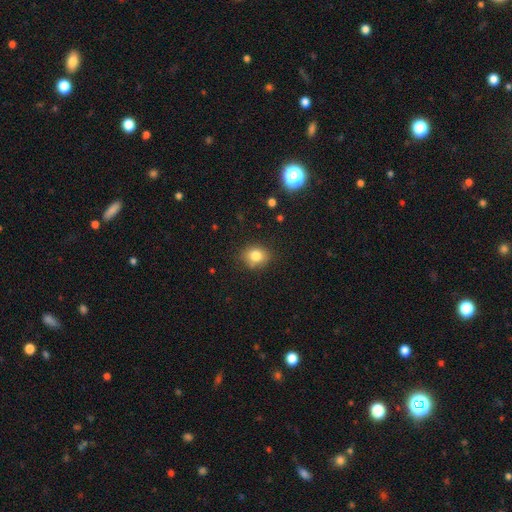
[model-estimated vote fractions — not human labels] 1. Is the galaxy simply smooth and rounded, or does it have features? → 81% smooth, 11% star or artifact, 8% featured or disk.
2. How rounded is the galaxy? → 63% round, 36% in between, 1% cigar-shaped.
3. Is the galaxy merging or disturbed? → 82% none, 13% minor disturbance, 3% major disturbance, 2% merger.